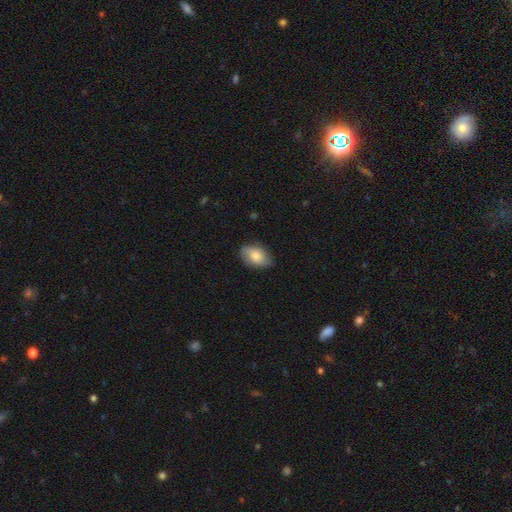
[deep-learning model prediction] This is likely a smooth galaxy (79%). How rounded: clearly in between (88%). Merging: likely none (78%).